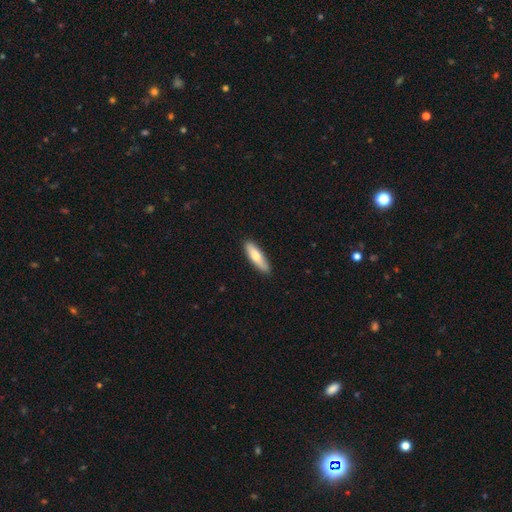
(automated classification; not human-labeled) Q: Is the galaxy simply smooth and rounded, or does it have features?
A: smooth — 73%.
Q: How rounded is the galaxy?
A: cigar-shaped — 64%.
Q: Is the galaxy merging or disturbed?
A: none — 87%.